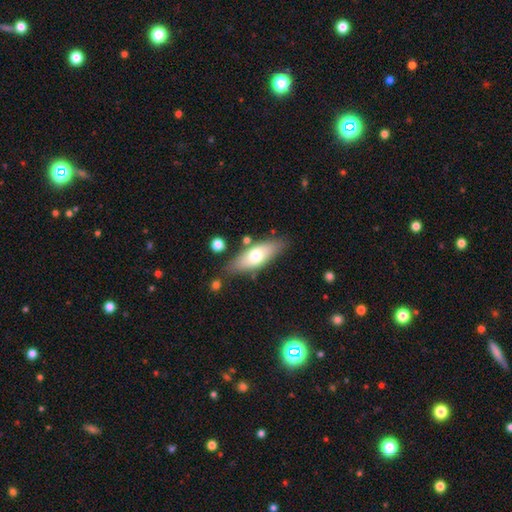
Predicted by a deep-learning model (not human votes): Smooth or featured: smooth — 65% (featured or disk — 29%)
How rounded: in between — 68% (cigar-shaped — 30%)
Merging: none — 77% (minor disturbance — 15%)